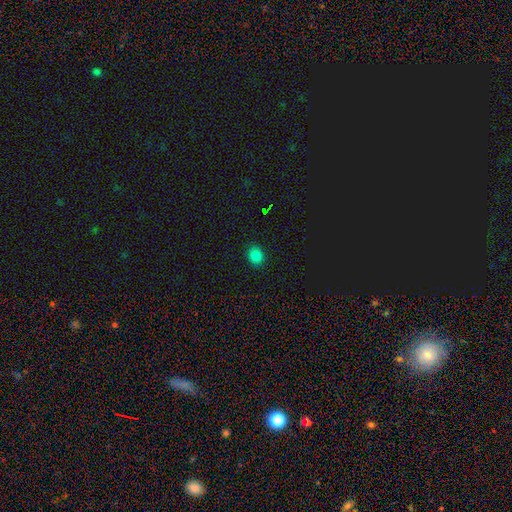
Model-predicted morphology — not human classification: A smooth galaxy with no disk features (82%) that is round (59%).

Vote fractions:
- Smooth or featured? smooth: 82% / star or artifact: 15% / featured or disk: 3%
- How rounded? round: 59% / in between: 40% / cigar-shaped: 1%
- Merging? none: 89% / minor disturbance: 8% / major disturbance: 2% / merger: 1%